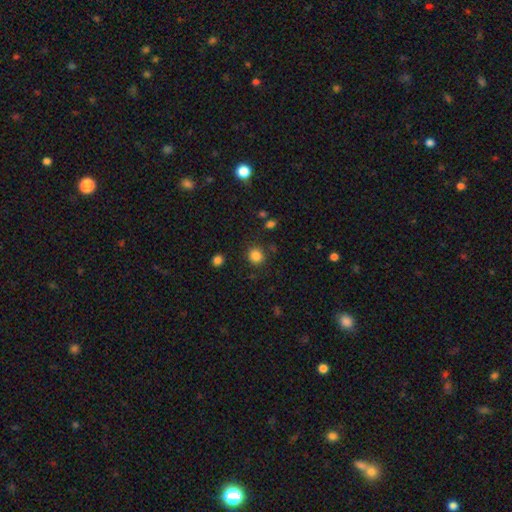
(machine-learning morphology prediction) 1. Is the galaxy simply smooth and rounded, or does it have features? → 84% smooth, 12% star or artifact, 4% featured or disk.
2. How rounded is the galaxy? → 85% round, 14% in between, 1% cigar-shaped.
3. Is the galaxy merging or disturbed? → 85% none, 9% minor disturbance, 3% major disturbance, 3% merger.